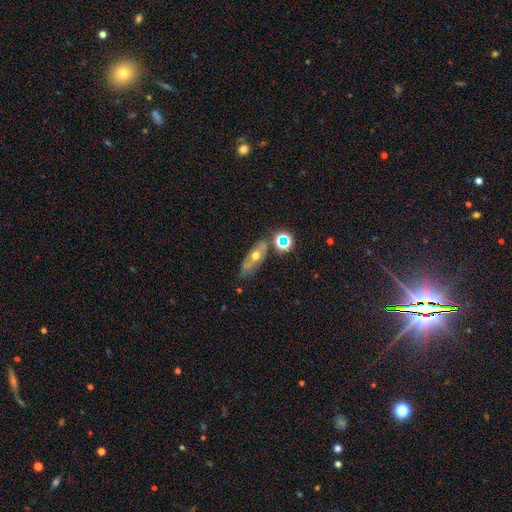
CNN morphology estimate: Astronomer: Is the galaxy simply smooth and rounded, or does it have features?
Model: smooth — 46% (runner-up: featured or disk, 39%).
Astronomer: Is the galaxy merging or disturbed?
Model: none — 60%.